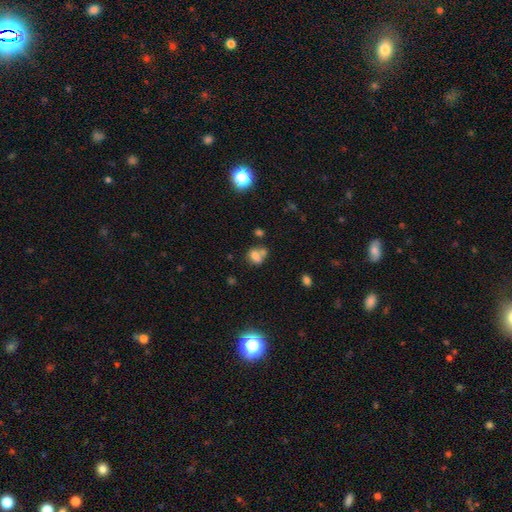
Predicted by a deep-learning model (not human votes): Morphology: type=smooth (71%); roundness=round (51%); merging=merger (45%).